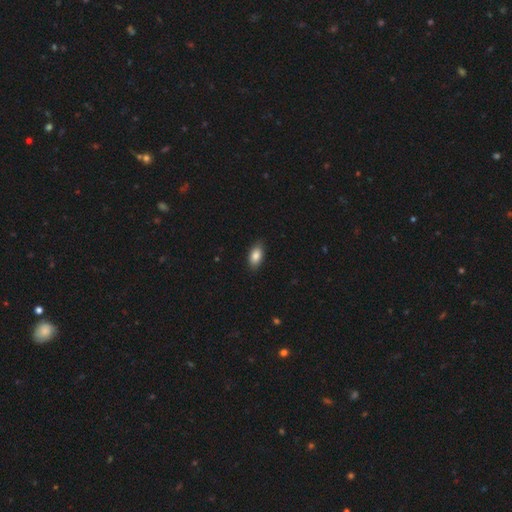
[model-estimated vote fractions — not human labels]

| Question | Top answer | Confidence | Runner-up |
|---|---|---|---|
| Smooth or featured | smooth | 85% | featured or disk (8%) |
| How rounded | in between | 92% | round (5%) |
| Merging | none | 86% | minor disturbance (11%) |